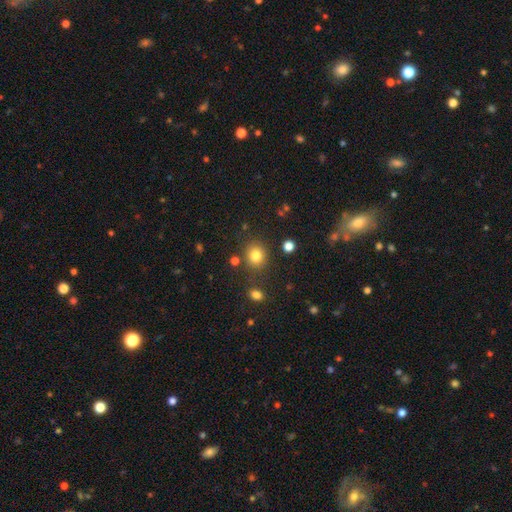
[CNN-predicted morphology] This appears to be a smooth galaxy with no disk features (82%) that is round (79%). Merging: none (81%).